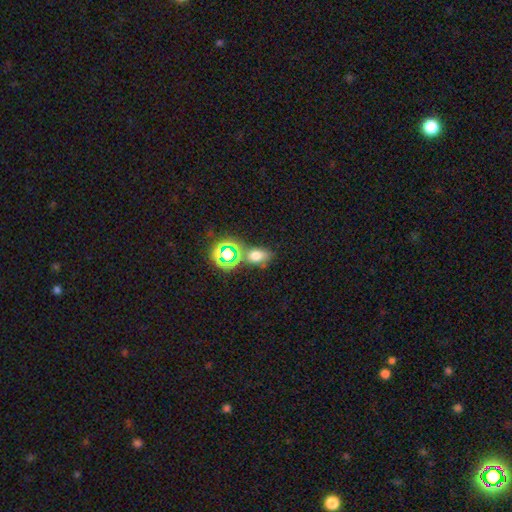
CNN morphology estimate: The model was most divided on "smooth or featured": smooth: 61%, star or artifact: 28%, featured or disk: 11%. More confident: how rounded — in between (73%); merging — none (64%).